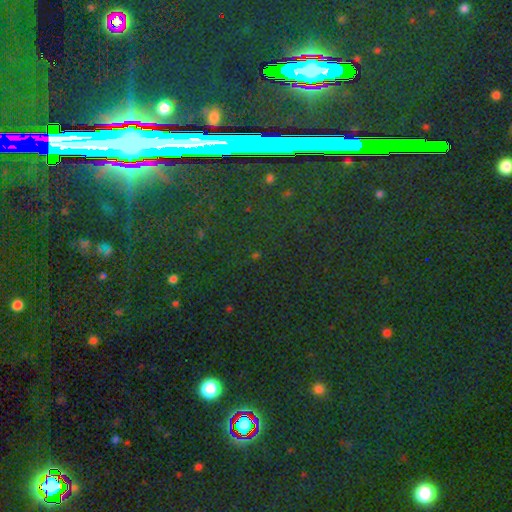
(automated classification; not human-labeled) This appears to be a star or artifact, not a galaxy (83%).